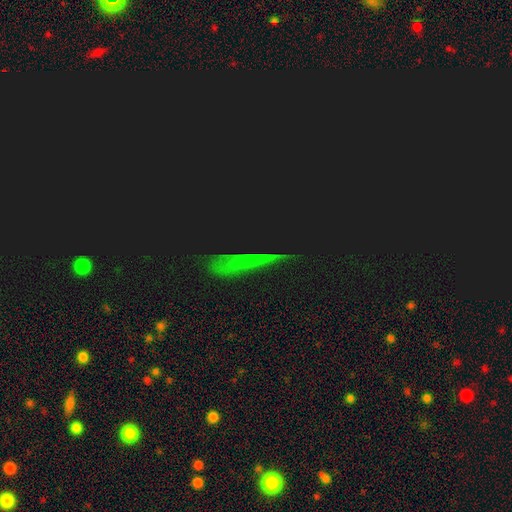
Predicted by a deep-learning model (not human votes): The model was most divided on "smooth or featured": star or artifact: 69%, smooth: 19%, featured or disk: 11%.